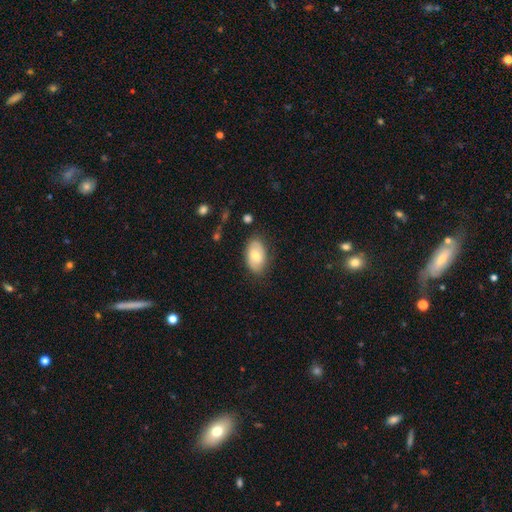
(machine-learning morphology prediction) Smooth or featured?
  - smooth: 67% *
  - featured or disk: 27%
  - star or artifact: 7%
How rounded?
  - in between: 92% *
  - round: 6%
  - cigar-shaped: 2%
Merging?
  - none: 77% *
  - minor disturbance: 17%
  - major disturbance: 4%
  - merger: 1%